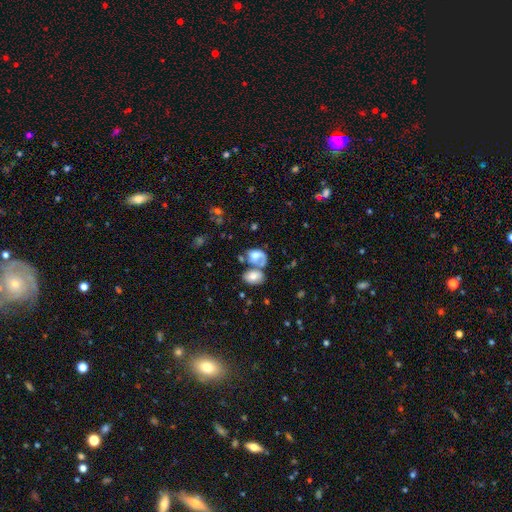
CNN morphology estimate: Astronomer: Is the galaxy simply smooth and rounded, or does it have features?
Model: smooth — 55% (runner-up: featured or disk, 36%).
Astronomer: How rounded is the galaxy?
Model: in between — 77%.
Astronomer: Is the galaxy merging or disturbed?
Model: merger — 61%.